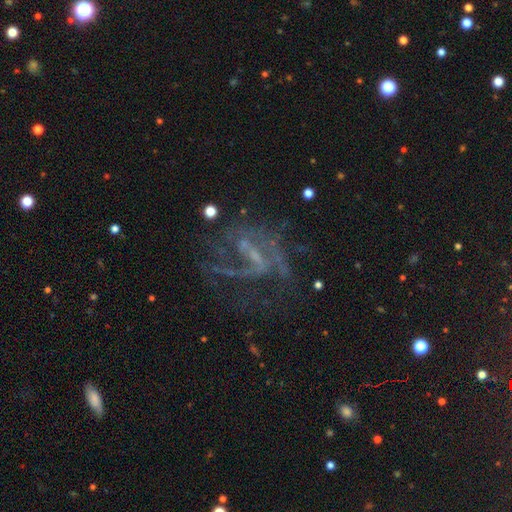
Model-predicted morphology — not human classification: Smooth or featured? featured or disk (75%)
Edge-on disk? no (96%)
Bar? weak (40%)
Spiral arms? yes (77%)
Spiral winding? loose (41%)
Spiral arm count? 2 (38%)
Bulge size? small (49%)
Merging? none (46%)